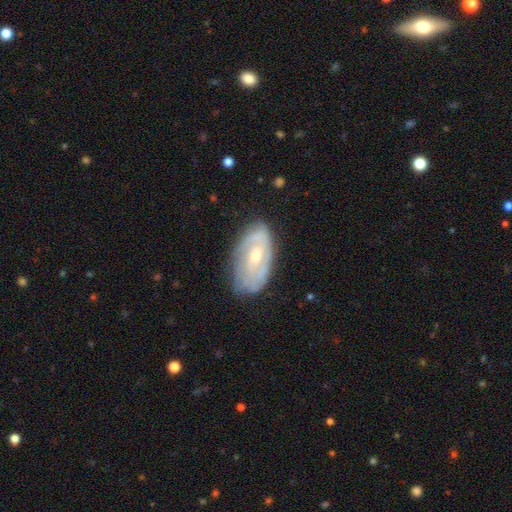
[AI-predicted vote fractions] Q: Smooth or featured?
A: featured or disk (72%); runner-up: smooth (22%)
Q: Edge-on disk?
A: no (94%); runner-up: yes (6%)
Q: Bar?
A: no (51%); runner-up: weak (39%)
Q: Spiral arms?
A: yes (78%); runner-up: no (22%)
Q: Spiral winding?
A: tight (58%); runner-up: medium (29%)
Q: Spiral arm count?
A: can't tell (46%); runner-up: 2 (34%)
Q: Bulge size?
A: moderate (50%); runner-up: small (46%)
Q: Merging?
A: none (70%); runner-up: minor disturbance (22%)